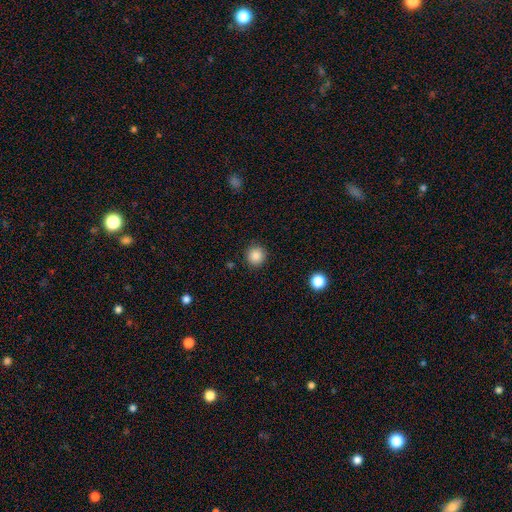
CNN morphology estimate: smooth-or-featured: smooth: 86% | star or artifact: 10% | featured or disk: 4%
  how-rounded: round: 93% | in between: 6% | cigar-shaped: 1%
  merging: none: 90% | minor disturbance: 6% | major disturbance: 2% | merger: 1%